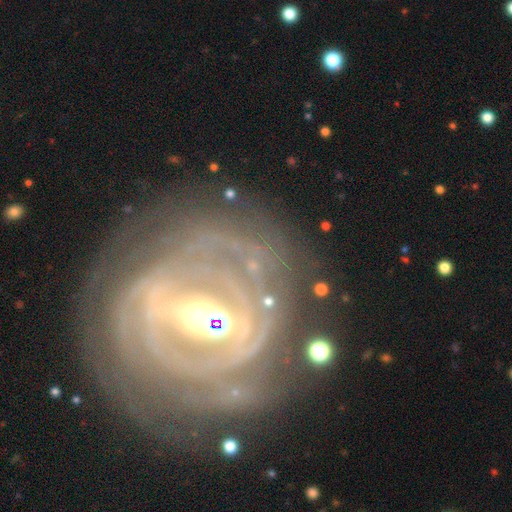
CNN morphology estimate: featured or disk 83%, smooth 8%, star or artifact 8%. Down the decision tree: edge-on disk — no (94%); bar — strong (47%); spiral arms — yes (83%); spiral arm count — can't tell (34%); spiral winding — tight (74%); bulge size — moderate (58%); merging — none (68%).